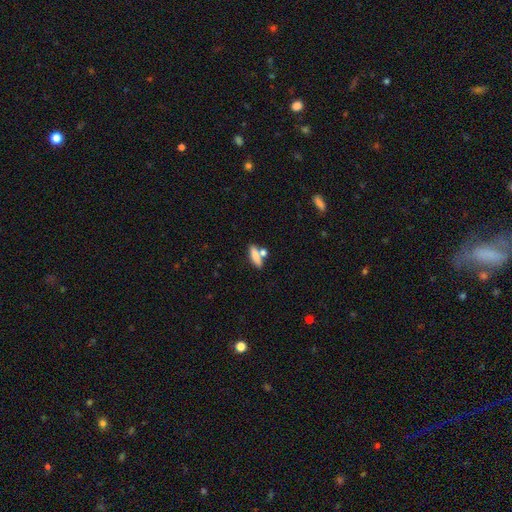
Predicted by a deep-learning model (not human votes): Smooth or featured? smooth (76%)
How rounded? cigar-shaped (54%)
Merging? none (61%)